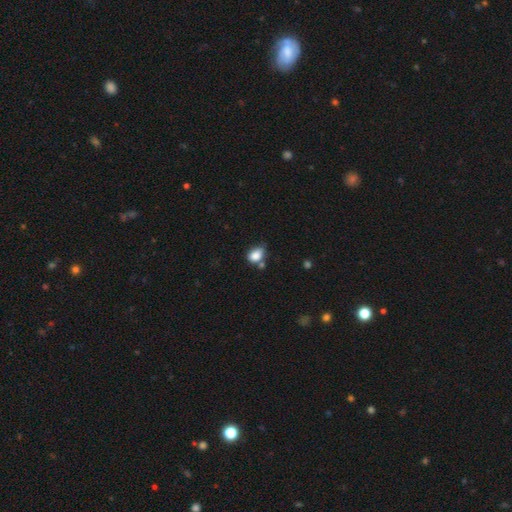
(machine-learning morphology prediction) type=smooth (84%); roundness=in between (73%); merging=none (46%).